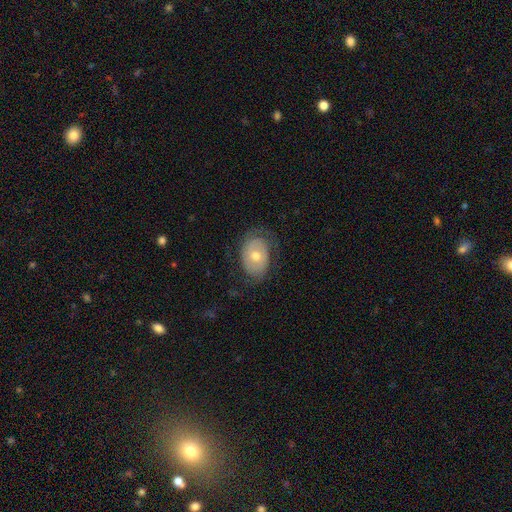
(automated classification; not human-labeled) Smooth or featured? featured or disk (47%)
Merging? none (67%)